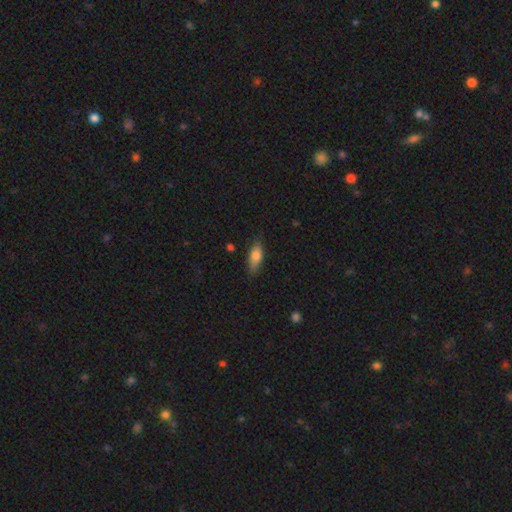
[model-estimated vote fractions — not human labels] Smooth or featured? smooth (77%)
How rounded? in between (73%)
Merging? none (80%)